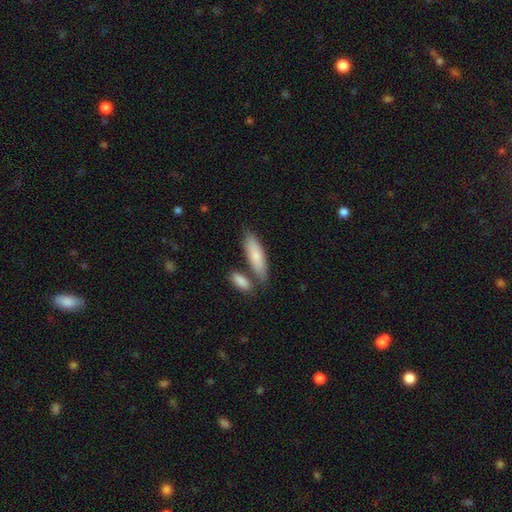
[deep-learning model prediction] Smooth or featured? Predicted: smooth (p=0.79). How rounded? Predicted: cigar-shaped (p=0.52). Merging? Predicted: none (p=0.65).